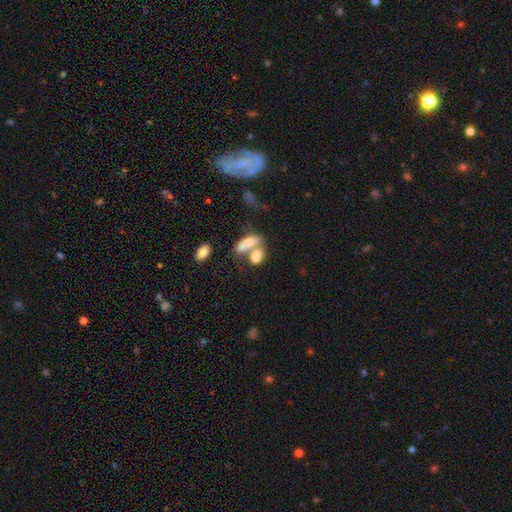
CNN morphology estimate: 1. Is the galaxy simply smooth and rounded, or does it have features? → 74% smooth, 17% featured or disk, 9% star or artifact.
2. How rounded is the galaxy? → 85% in between, 10% round, 5% cigar-shaped.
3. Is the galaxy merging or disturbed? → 58% merger, 25% none, 9% minor disturbance, 7% major disturbance.